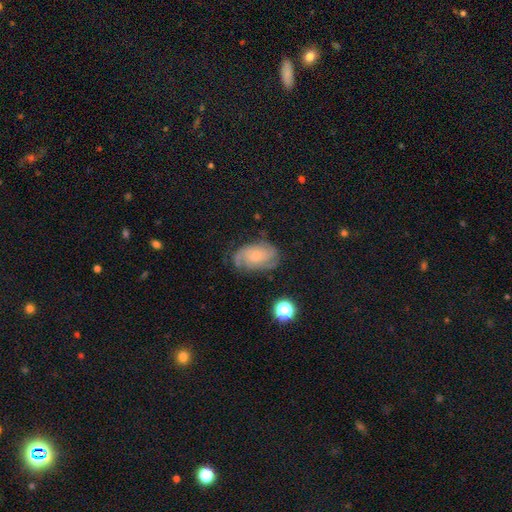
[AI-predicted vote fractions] A featured or disk galaxy (75%) with no bar (70%), 2 (41%) tight (52%) spiral arms (94%) and a small central bulge (63%).

Vote fractions:
- Smooth or featured? featured or disk: 75% / smooth: 16% / star or artifact: 8%
- Edge-on disk? no: 97% / yes: 3%
- Bar? no: 70% / weak: 26% / strong: 4%
- Spiral arms? yes: 94% / no: 6%
- Spiral winding? tight: 52% / medium: 37% / loose: 11%
- Spiral arm count? 2: 41% / can't tell: 27% / 3: 18% / 1: 5% / 4: 5% / more than 4: 4%
- Bulge size? small: 63% / moderate: 26% / none: 7% / large: 2% / dominant: 1%
- Merging? none: 69% / minor disturbance: 20% / major disturbance: 9% / merger: 2%